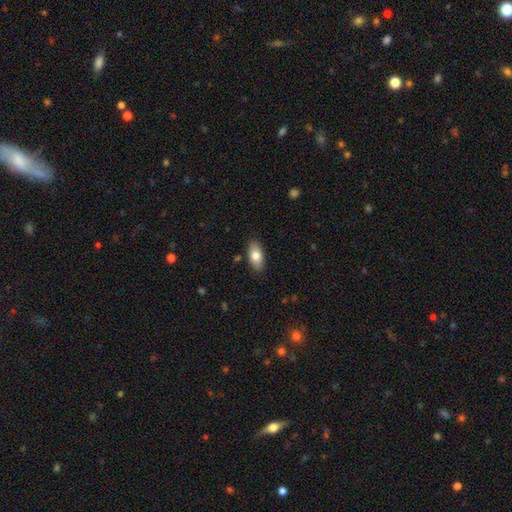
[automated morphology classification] Smooth or featured?
  - smooth: 79% *
  - featured or disk: 15%
  - star or artifact: 6%
How rounded?
  - in between: 90% *
  - cigar-shaped: 7%
  - round: 3%
Merging?
  - none: 88% *
  - minor disturbance: 9%
  - major disturbance: 2%
  - merger: 1%